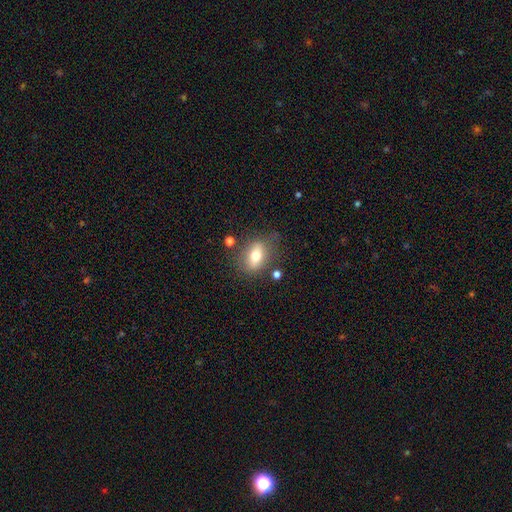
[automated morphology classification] Q: Smooth or featured?
A: smooth (61%); runner-up: featured or disk (30%)
Q: How rounded?
A: in between (74%); runner-up: round (19%)
Q: Merging?
A: none (71%); runner-up: minor disturbance (17%)